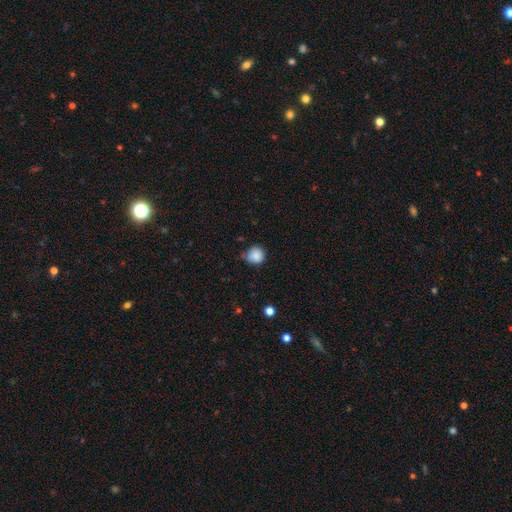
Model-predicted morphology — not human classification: This appears to be a smooth galaxy with no disk features (87%) that is round (91%). Merging: none (66%).